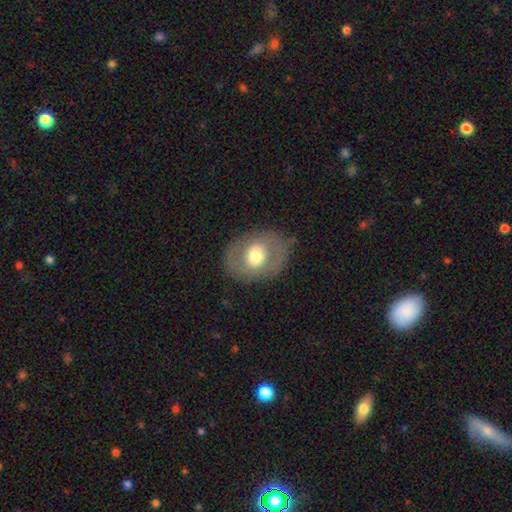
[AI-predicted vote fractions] Overall: smooth (49%; featured or disk 44%). Merging: none (81%).